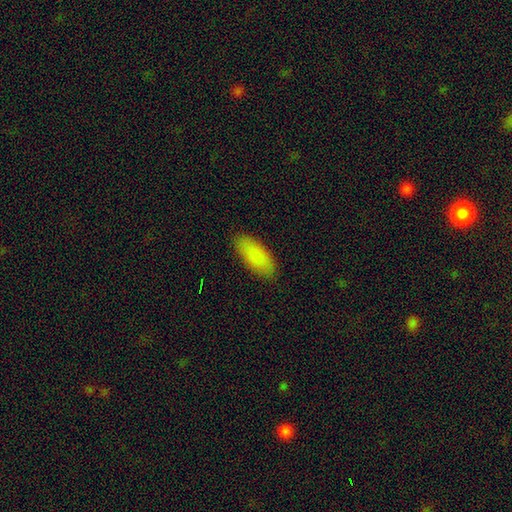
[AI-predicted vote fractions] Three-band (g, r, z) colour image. It shows a smooth galaxy with no disk features (87%) that is in between round and cigar-shaped (84%). Merging: none (87%).